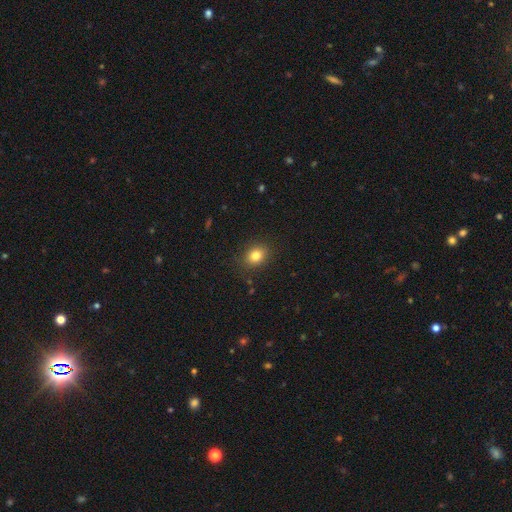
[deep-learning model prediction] The model was most divided on "how rounded": round: 55%, in between: 44%, cigar-shaped: 1%. More confident: merging — none (87%); smooth or featured — smooth (81%).